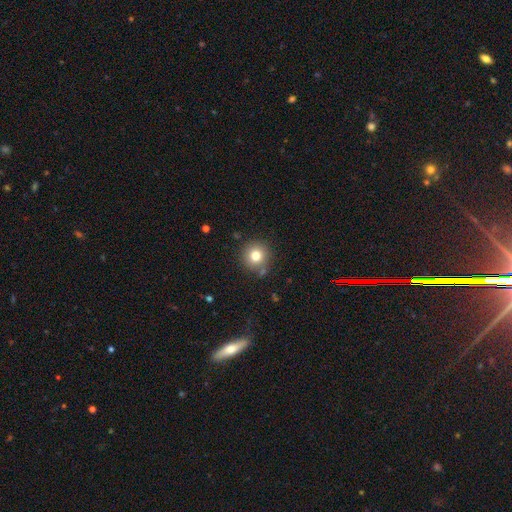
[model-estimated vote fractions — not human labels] Smooth or featured? smooth (78%)
How rounded? round (94%)
Merging? none (82%)